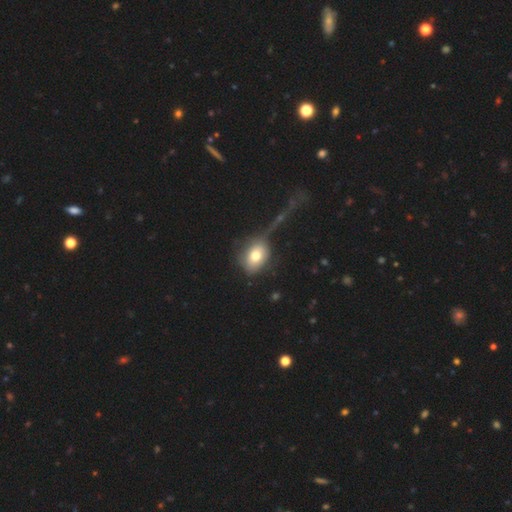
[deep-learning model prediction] Smooth or featured? smooth (74%)
How rounded? in between (63%)
Merging? none (47%)